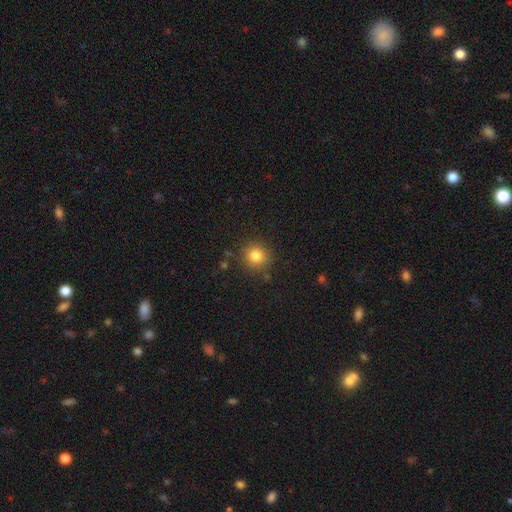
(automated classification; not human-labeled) Smooth or featured?
  - smooth: 82% *
  - star or artifact: 12%
  - featured or disk: 6%
How rounded?
  - round: 90% *
  - in between: 9%
  - cigar-shaped: 1%
Merging?
  - none: 85% *
  - minor disturbance: 9%
  - major disturbance: 3%
  - merger: 2%